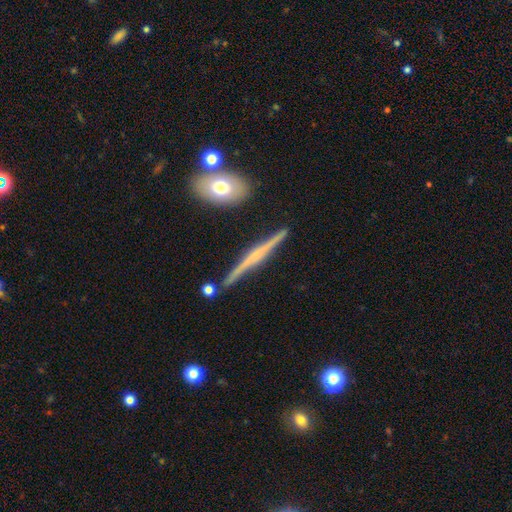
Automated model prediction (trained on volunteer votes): Smooth or featured? Predicted: featured or disk (p=0.75). Edge-on disk? Predicted: yes (p=0.98). Edge-on bulge? Predicted: rounded (p=0.48). Merging? Predicted: none (p=0.85).